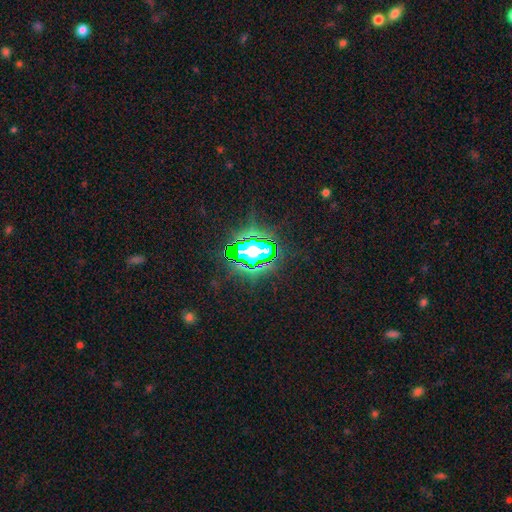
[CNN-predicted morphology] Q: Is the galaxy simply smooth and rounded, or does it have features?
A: star or artifact — 82%.